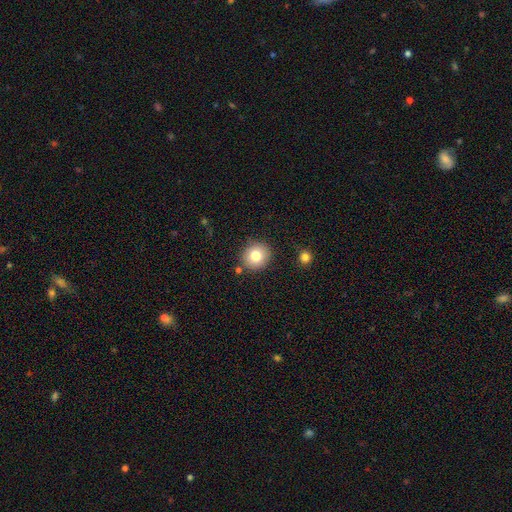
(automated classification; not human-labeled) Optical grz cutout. It shows a smooth galaxy with no disk features (79%) that is round (85%). Merging: none (85%).